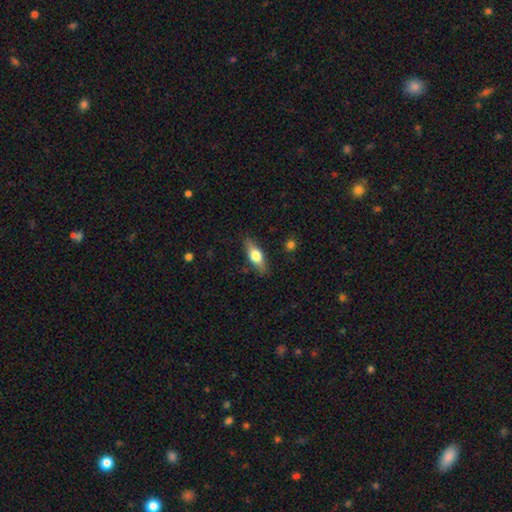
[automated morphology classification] Smooth or featured? smooth (54%)
How rounded? in between (60%)
Merging? none (84%)